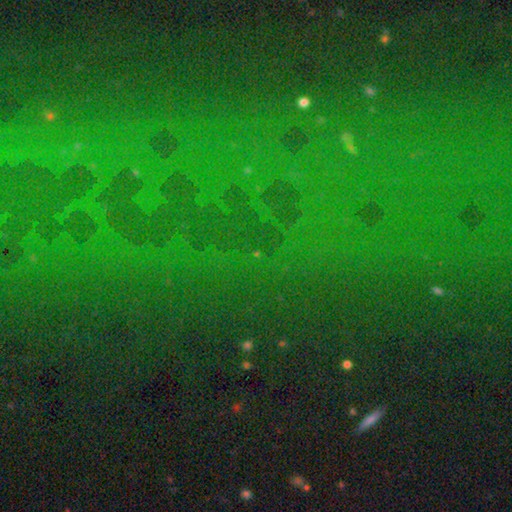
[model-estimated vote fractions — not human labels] A star or artifact, not a galaxy (82%).

Vote fractions:
- Smooth or featured? star or artifact: 82% / smooth: 10% / featured or disk: 8%